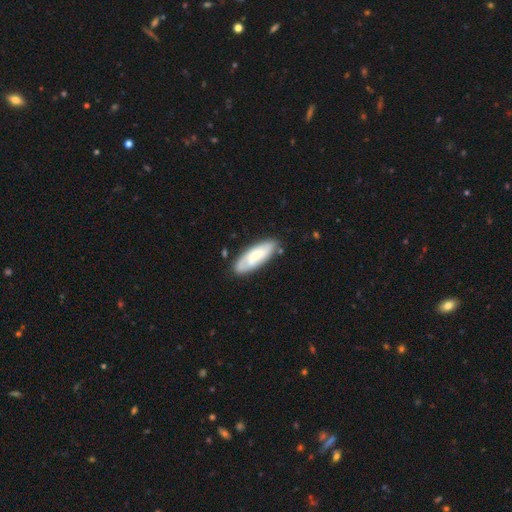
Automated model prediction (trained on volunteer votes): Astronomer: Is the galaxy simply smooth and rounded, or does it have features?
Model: smooth — 57% (runner-up: featured or disk, 37%).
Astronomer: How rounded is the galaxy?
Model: in between — 63%.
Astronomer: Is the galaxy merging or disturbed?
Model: none — 76%.